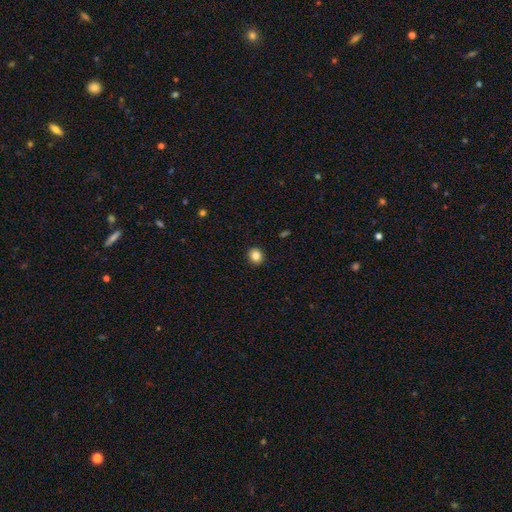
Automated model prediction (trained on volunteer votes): Overall: smooth (85%). How rounded: round (83%). Merging: none (92%).